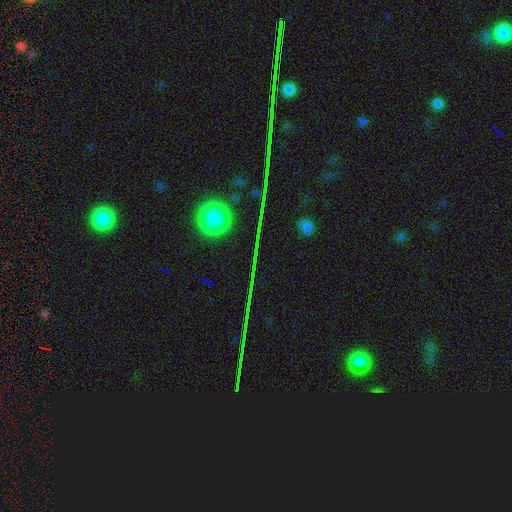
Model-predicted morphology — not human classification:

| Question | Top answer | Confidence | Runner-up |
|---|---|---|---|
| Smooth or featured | star or artifact | 72% | smooth (19%) |